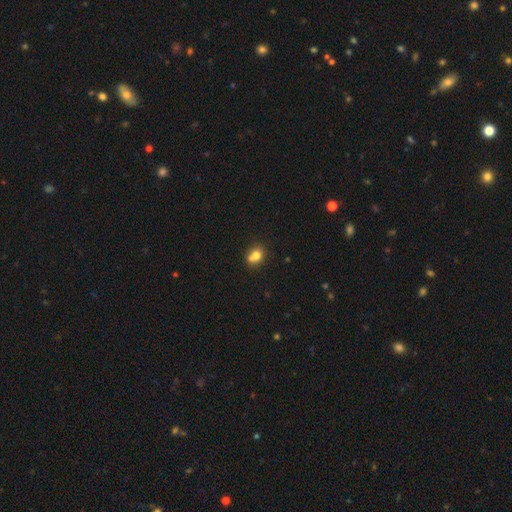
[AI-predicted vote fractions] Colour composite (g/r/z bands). It shows a smooth galaxy with no disk features (75%) that is round (61%). Merging: none (46%).